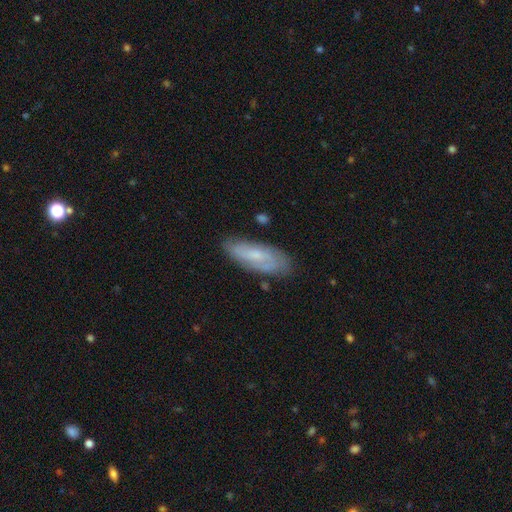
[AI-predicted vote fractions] This is possibly a featured or disk galaxy (49%). Merging: likely none (76%).